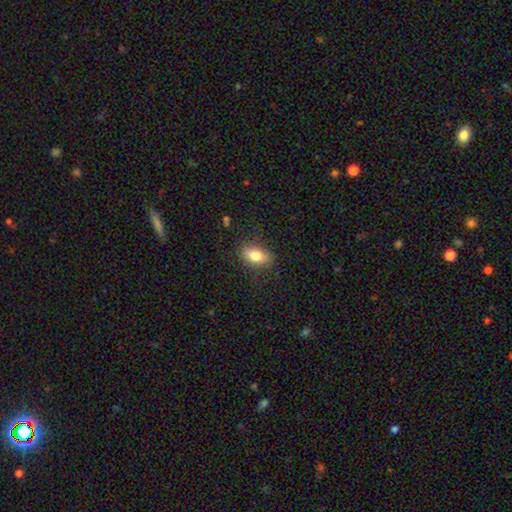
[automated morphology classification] Smooth or featured? smooth (78%)
How rounded? in between (84%)
Merging? none (80%)